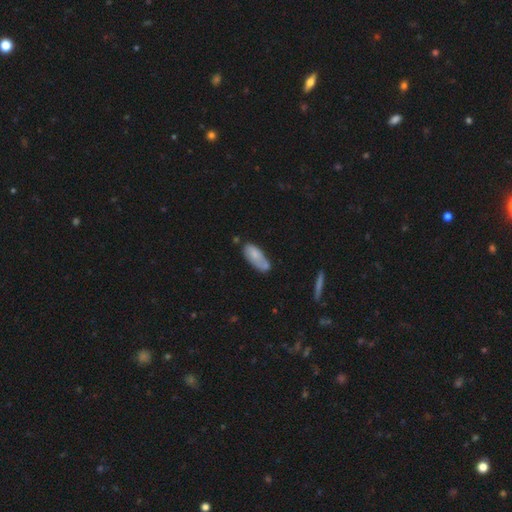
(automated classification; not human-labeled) A smooth galaxy with no disk features (72%) that is in between round and cigar-shaped (81%). Merging: none (45%).